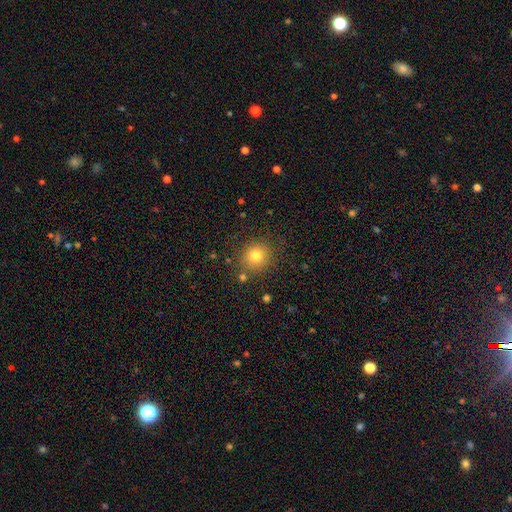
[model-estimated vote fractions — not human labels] Q: Smooth or featured?
A: smooth (78%); runner-up: star or artifact (13%)
Q: How rounded?
A: round (87%); runner-up: in between (12%)
Q: Merging?
A: none (82%); runner-up: minor disturbance (10%)